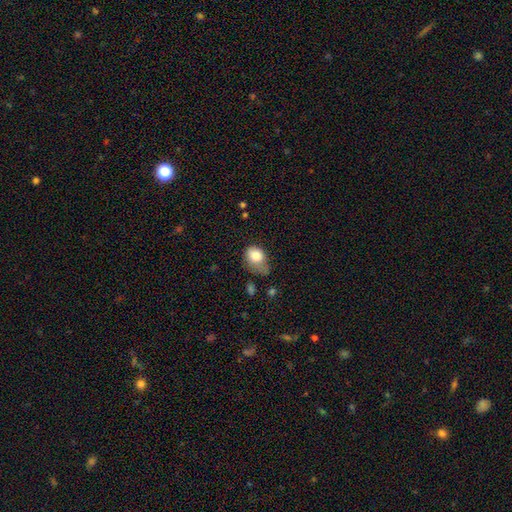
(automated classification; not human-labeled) Smooth or featured? smooth (80%)
How rounded? in between (62%)
Merging? minor disturbance (42%)